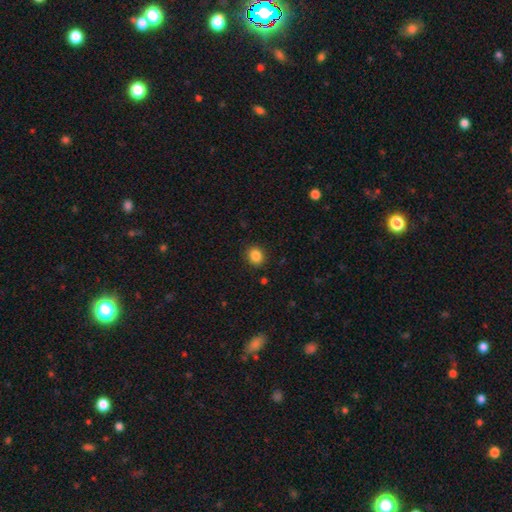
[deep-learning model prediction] Smooth or featured? smooth (86%)
How rounded? round (73%)
Merging? none (89%)